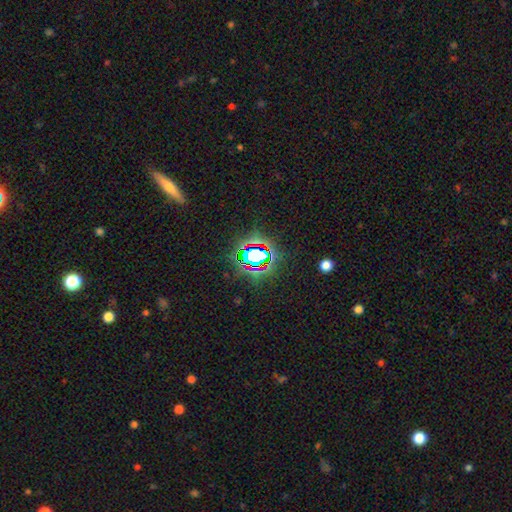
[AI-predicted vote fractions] Morphology: type=star or artifact (72%).